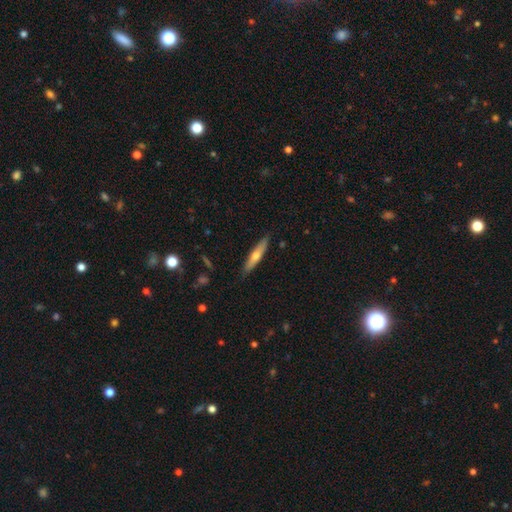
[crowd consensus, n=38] smooth_or_featured: featured or disk (p=0.53) [alt: smooth p=0.42]
disk_edge_on: yes (p=1.00)
edge_on_bulge: rounded (p=0.90) [alt: boxy p=0.05]
merging: none (p=0.83) [alt: minor disturbance p=0.14]